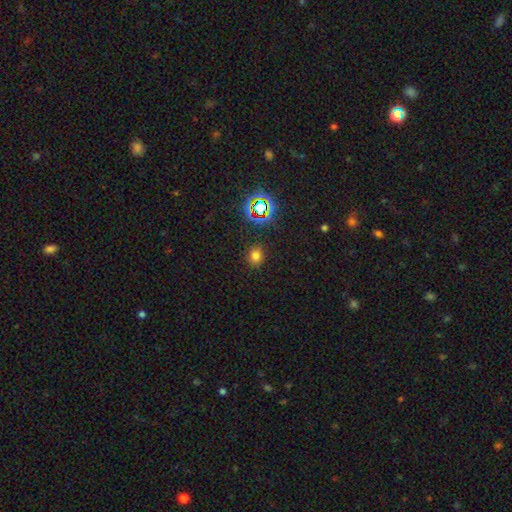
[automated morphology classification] Smooth or featured: smooth — 71% (star or artifact — 22%)
How rounded: round — 71% (in between — 28%)
Merging: none — 88% (minor disturbance — 8%)